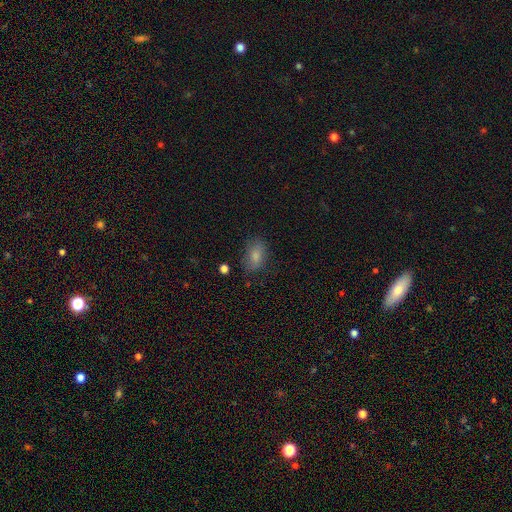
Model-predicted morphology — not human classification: Smooth or featured?
  - smooth: 81% *
  - star or artifact: 10%
  - featured or disk: 10%
How rounded?
  - in between: 86% *
  - round: 12%
  - cigar-shaped: 2%
Merging?
  - none: 73% *
  - minor disturbance: 19%
  - major disturbance: 6%
  - merger: 2%